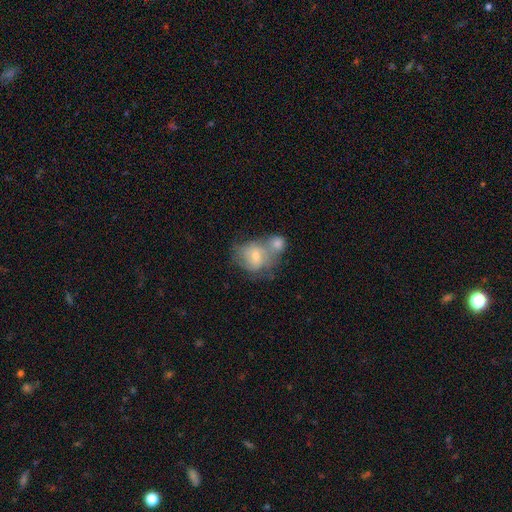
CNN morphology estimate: This is possibly a smooth galaxy (46%). Merging: possibly merger (53%).